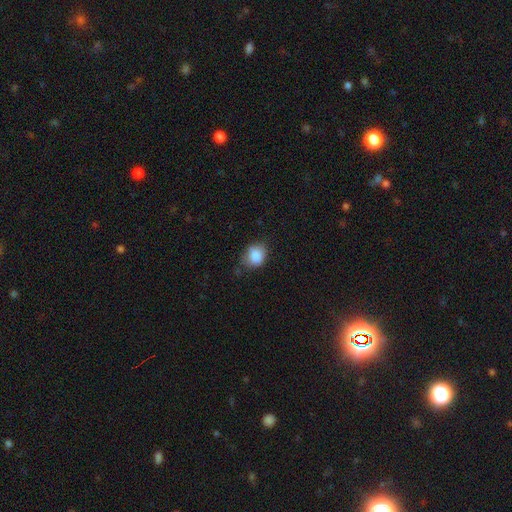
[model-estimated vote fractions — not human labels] smooth-or-featured: smooth: 85% | star or artifact: 9% | featured or disk: 6%
  how-rounded: round: 56% | in between: 44% | cigar-shaped: 1%
  merging: none: 60% | minor disturbance: 31% | major disturbance: 8% | merger: 2%